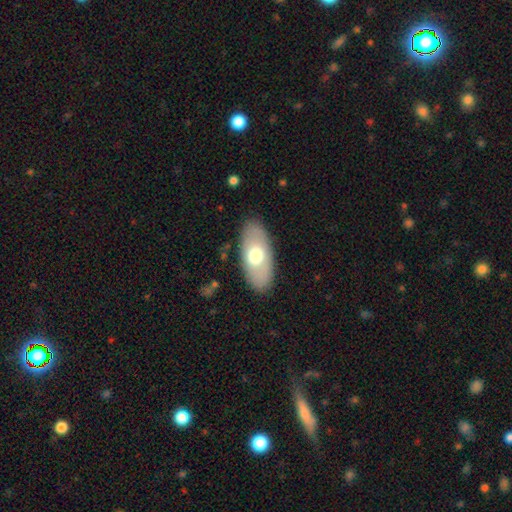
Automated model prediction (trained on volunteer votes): Smooth or featured?
  - smooth: 65% *
  - featured or disk: 30%
  - star or artifact: 6%
How rounded?
  - in between: 92% *
  - cigar-shaped: 5%
  - round: 3%
Merging?
  - none: 86% *
  - minor disturbance: 10%
  - major disturbance: 3%
  - merger: 1%